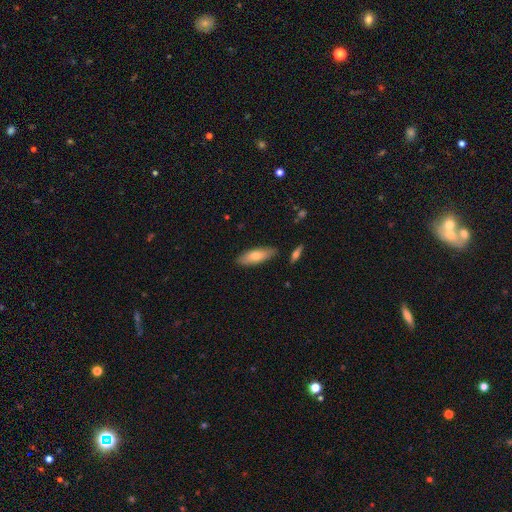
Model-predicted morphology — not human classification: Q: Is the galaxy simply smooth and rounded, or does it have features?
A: smooth — 67%.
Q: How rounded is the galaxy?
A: in between — 55%.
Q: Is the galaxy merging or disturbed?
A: none — 86%.